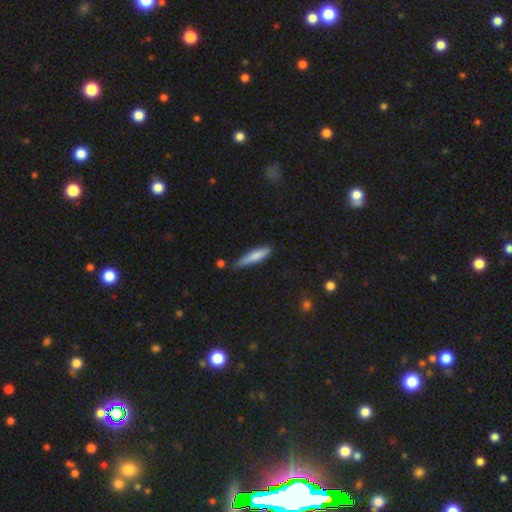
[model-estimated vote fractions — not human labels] This is likely a smooth galaxy (78%). How rounded: likely cigar-shaped (80%). Merging: likely none (61%).